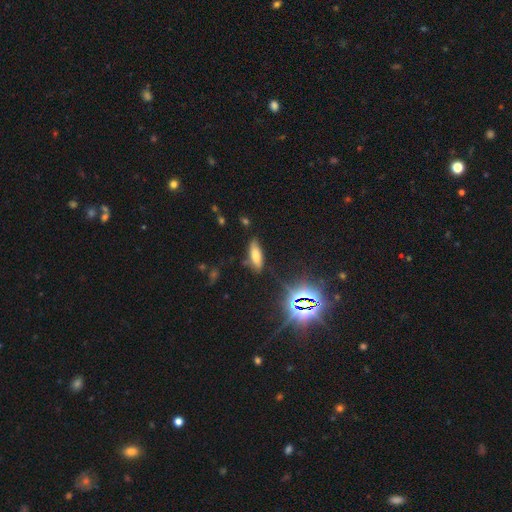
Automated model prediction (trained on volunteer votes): smooth_or_featured: smooth (p=0.68) [alt: star or artifact p=0.18]
how_rounded: in between (p=0.61) [alt: cigar-shaped p=0.37]
merging: none (p=0.74) [alt: minor disturbance p=0.18]